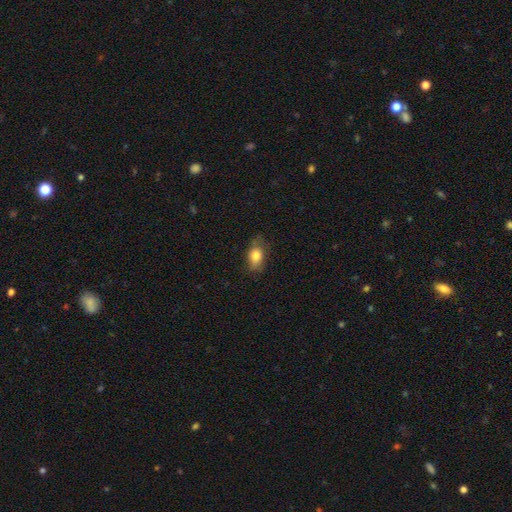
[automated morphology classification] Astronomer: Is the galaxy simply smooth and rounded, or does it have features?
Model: smooth — 80%.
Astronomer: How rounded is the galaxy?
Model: in between — 82%.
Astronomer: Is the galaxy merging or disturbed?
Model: none — 64%.